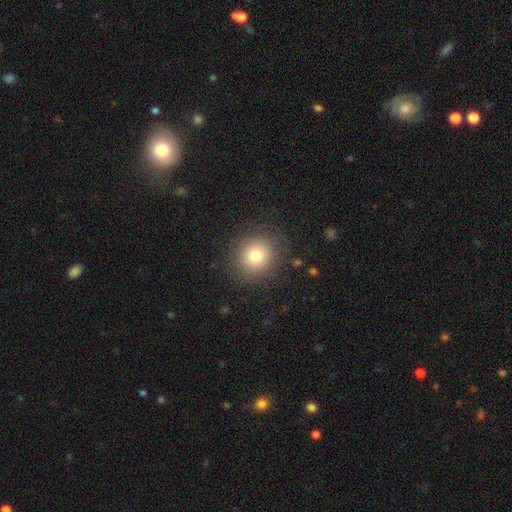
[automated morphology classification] A smooth galaxy with no disk features (79%) that is round (86%). Merging: none (87%).